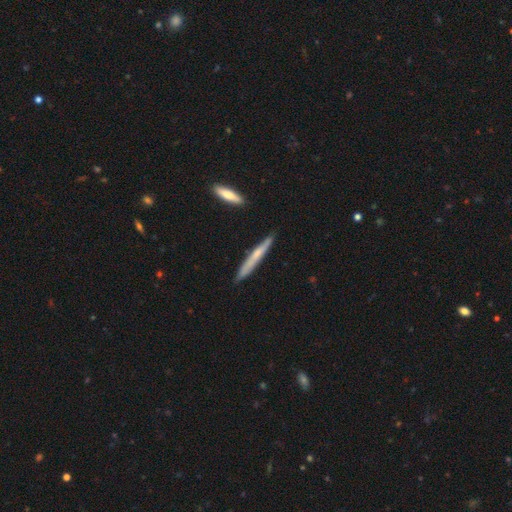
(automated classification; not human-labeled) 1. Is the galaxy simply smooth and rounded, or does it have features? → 53% smooth, 42% featured or disk, 6% star or artifact.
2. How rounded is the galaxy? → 96% cigar-shaped, 3% in between, 1% round.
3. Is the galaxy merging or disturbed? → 86% none, 11% minor disturbance, 2% merger, 2% major disturbance.